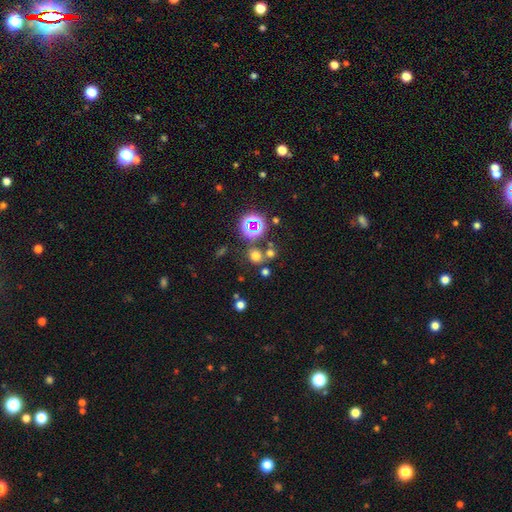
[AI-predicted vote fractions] Overall: smooth (62%; star or artifact 31%). How rounded: round (80%). Merging: none (72%).